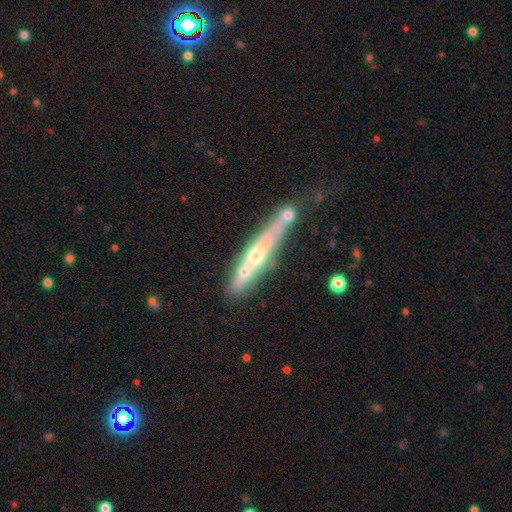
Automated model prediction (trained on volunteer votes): A featured or disk galaxy (65%) viewed edge-on (80%) with a rounded central bulge (68%).

Vote fractions:
- Smooth or featured? featured or disk: 65% / smooth: 27% / star or artifact: 8%
- Edge-on disk? yes: 80% / no: 20%
- Edge-on bulge? rounded: 68% / none: 26% / boxy: 6%
- Merging? none: 48% / minor disturbance: 22% / merger: 21% / major disturbance: 9%